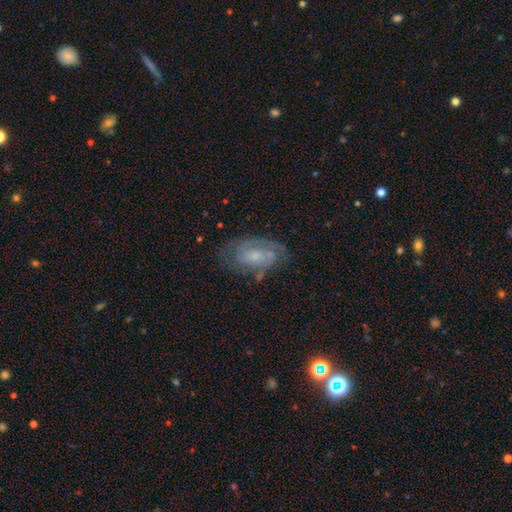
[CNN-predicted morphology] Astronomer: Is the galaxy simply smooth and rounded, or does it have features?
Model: featured or disk — 76%.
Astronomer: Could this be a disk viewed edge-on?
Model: no — 96%.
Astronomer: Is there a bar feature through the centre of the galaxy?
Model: no — 63%.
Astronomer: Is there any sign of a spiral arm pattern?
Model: yes — 91%.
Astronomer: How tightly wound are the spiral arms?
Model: tight — 54% (runner-up: medium, 36%).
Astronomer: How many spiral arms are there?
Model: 2 — 55%.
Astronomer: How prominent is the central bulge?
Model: small — 60%.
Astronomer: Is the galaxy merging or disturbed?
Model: none — 68%.